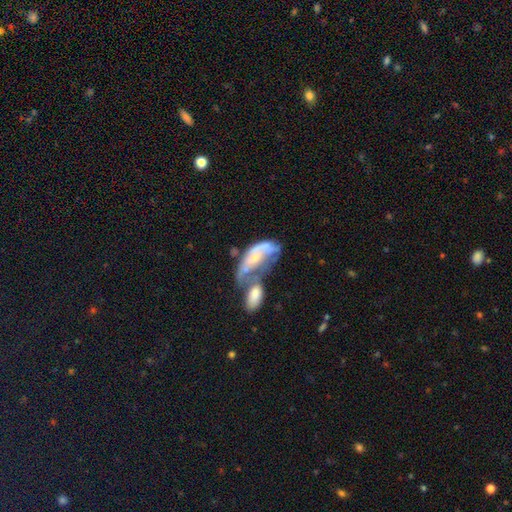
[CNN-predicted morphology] Q: Smooth or featured?
A: featured or disk (61%); runner-up: smooth (31%)
Q: Edge-on disk?
A: no (92%); runner-up: yes (8%)
Q: Bar?
A: no (73%); runner-up: weak (21%)
Q: Spiral arms?
A: no (52%); runner-up: yes (48%)
Q: Bulge size?
A: small (50%); runner-up: moderate (33%)
Q: Merging?
A: merger (61%); runner-up: major disturbance (19%)